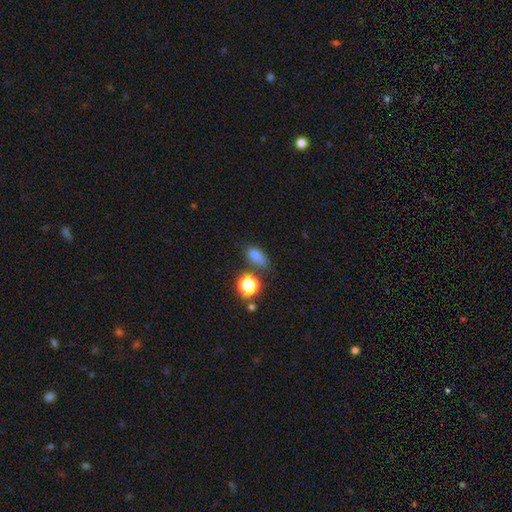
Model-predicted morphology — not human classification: type=smooth (74%); roundness=in between (72%); merging=none (59%).